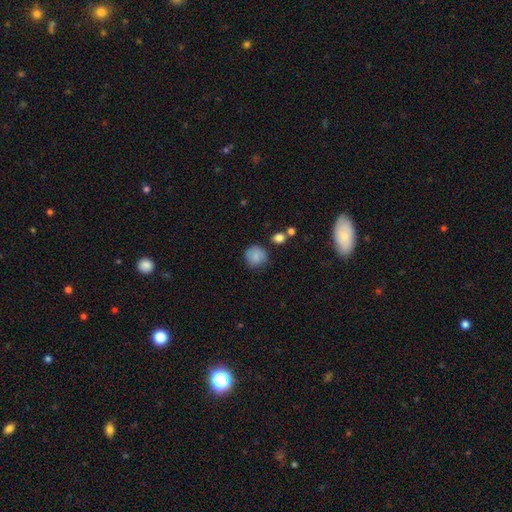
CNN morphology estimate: smooth_or_featured: smooth (p=0.83) [alt: star or artifact p=0.09]
how_rounded: round (p=0.89) [alt: in between p=0.10]
merging: none (p=0.75) [alt: minor disturbance p=0.17]